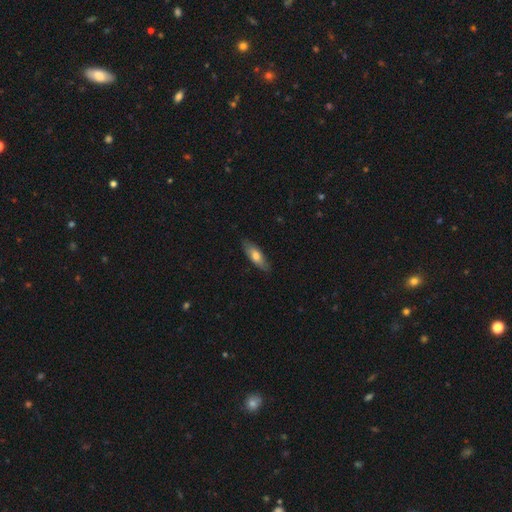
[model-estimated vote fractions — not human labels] smooth 69%, featured or disk 26%, star or artifact 6%. Down the decision tree: how rounded — in between (59%); merging — none (84%).